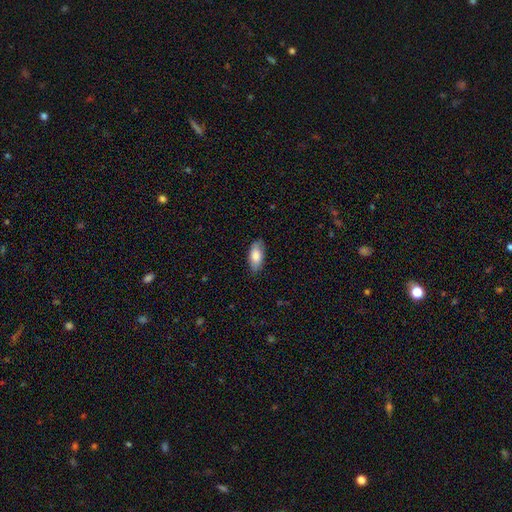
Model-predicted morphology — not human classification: Smooth or featured? smooth (80%)
How rounded? in between (89%)
Merging? none (83%)